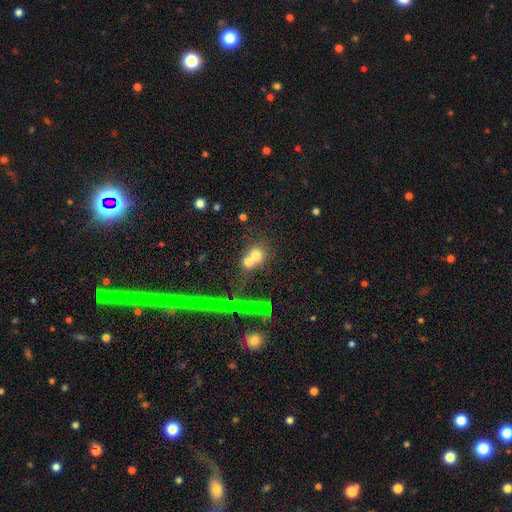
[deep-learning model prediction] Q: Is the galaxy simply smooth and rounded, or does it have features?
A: smooth — 67%.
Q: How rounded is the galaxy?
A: round — 79%.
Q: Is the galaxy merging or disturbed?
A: merger — 55%.